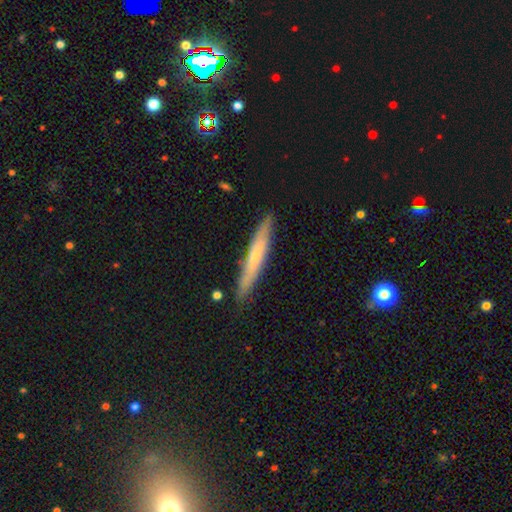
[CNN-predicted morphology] This appears to be a smooth galaxy with no disk features (55%) that is cigar-shaped (94%). Merging: none (86%).